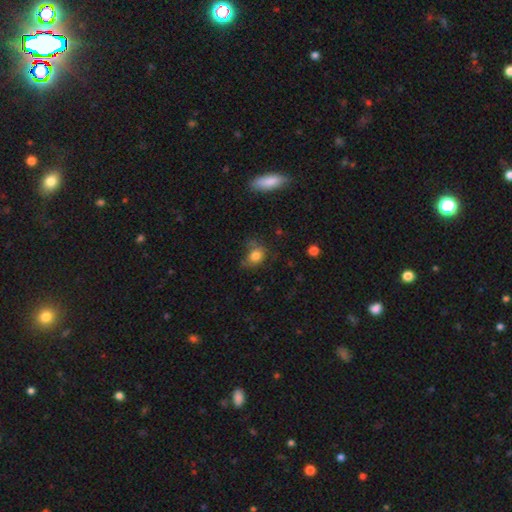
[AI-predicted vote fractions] smooth-or-featured: smooth: 78% | star or artifact: 11% | featured or disk: 11%
  how-rounded: in between: 53% | round: 46% | cigar-shaped: 1%
  merging: none: 53% | minor disturbance: 29% | major disturbance: 13% | merger: 4%